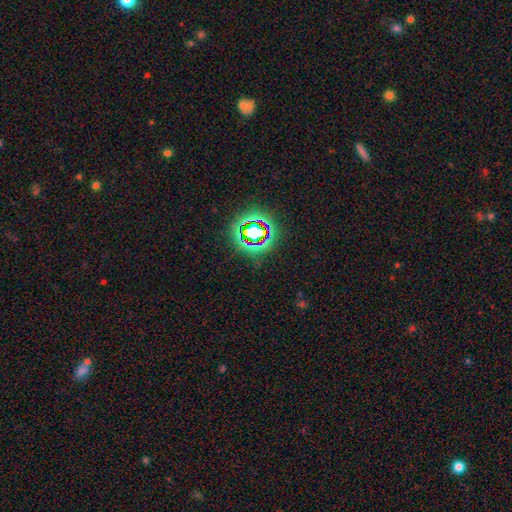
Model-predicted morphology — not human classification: star or artifact 75%, smooth 15%, featured or disk 10%.